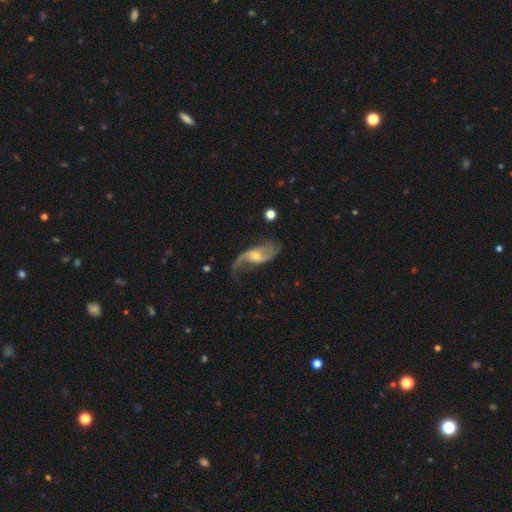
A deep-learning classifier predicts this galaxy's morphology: A featured or disk galaxy (86%) with no bar (45%), 2 (85%) loose (79%) spiral arms (95%) and a moderate central bulge (48%). Merging: none (58%).